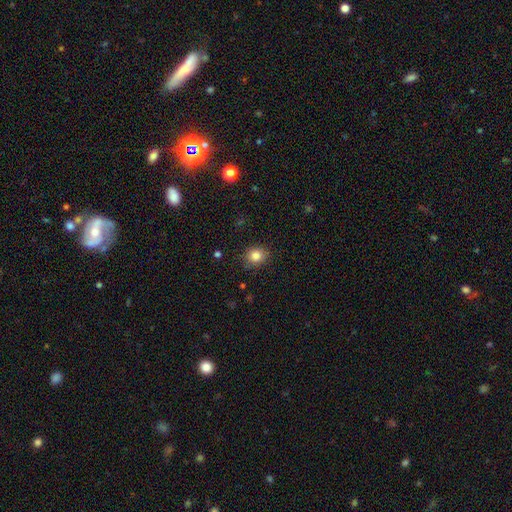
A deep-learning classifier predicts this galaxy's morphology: Overall: smooth (84%). How rounded: round (74%). Merging: none (86%).